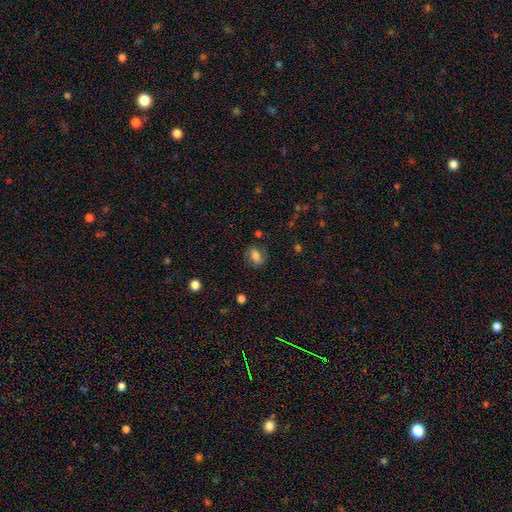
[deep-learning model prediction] smooth 72%, featured or disk 17%, star or artifact 11%. Down the decision tree: how rounded — in between (79%); merging — none (71%).